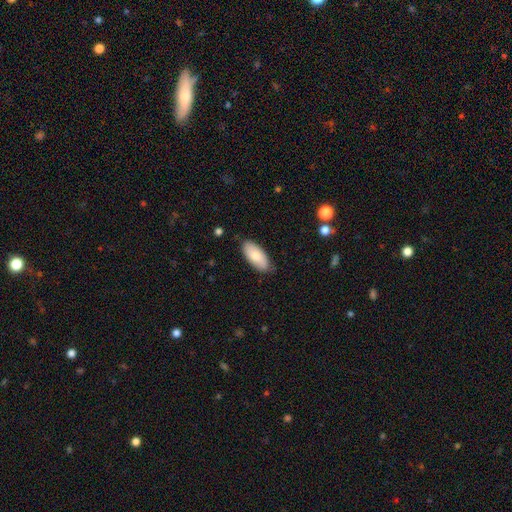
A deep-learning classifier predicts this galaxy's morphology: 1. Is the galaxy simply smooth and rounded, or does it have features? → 79% smooth, 15% featured or disk, 6% star or artifact.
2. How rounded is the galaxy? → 90% in between, 8% cigar-shaped, 2% round.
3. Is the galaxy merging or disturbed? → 84% none, 13% minor disturbance, 2% major disturbance, 1% merger.